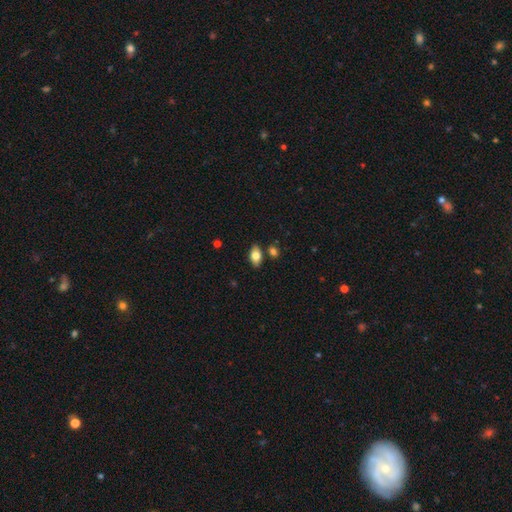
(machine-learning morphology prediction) type=smooth (78%); roundness=in between (90%); merging=none (82%).